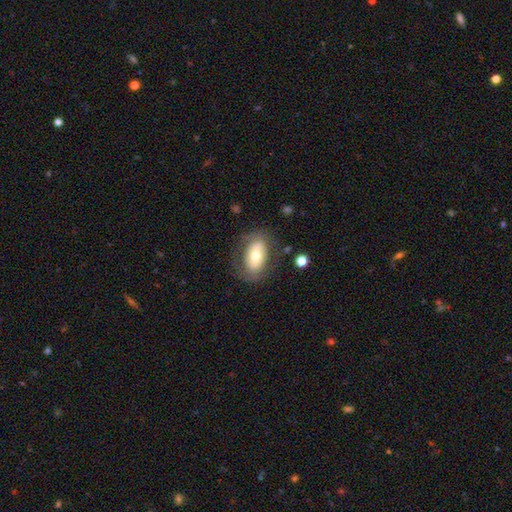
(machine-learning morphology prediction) This is possibly a smooth galaxy (58%). How rounded: clearly in between (88%). Merging: likely none (73%).